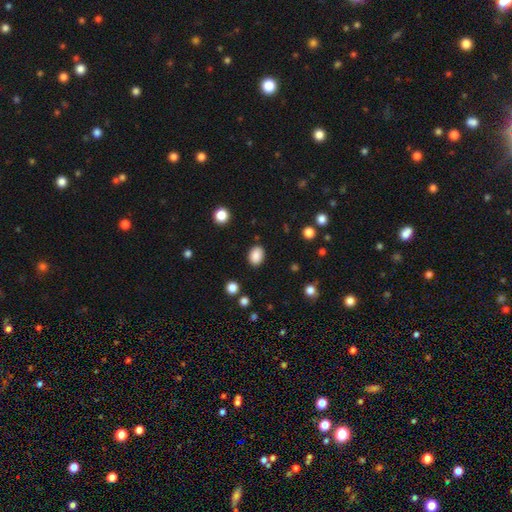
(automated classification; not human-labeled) Morphology: type=smooth (87%); roundness=in between (74%); merging=none (87%).